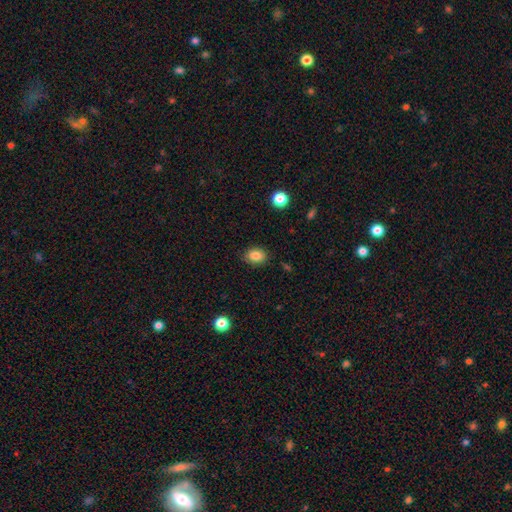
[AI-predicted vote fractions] Smooth or featured: smooth — 85% (star or artifact — 10%)
How rounded: in between — 65% (round — 34%)
Merging: none — 86% (minor disturbance — 10%)